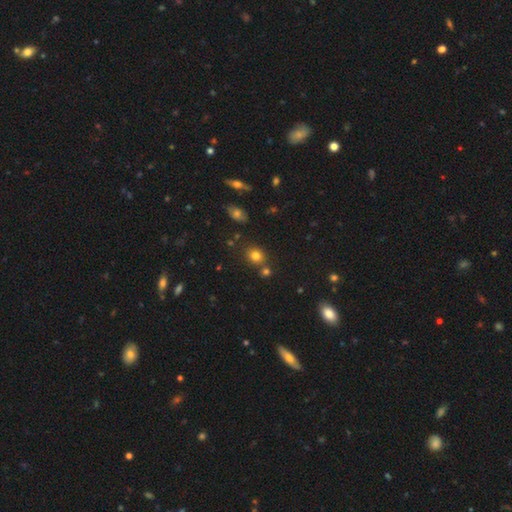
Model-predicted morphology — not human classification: Overall: smooth (77%). How rounded: round (66%; in between 33%). Merging: none (71%).